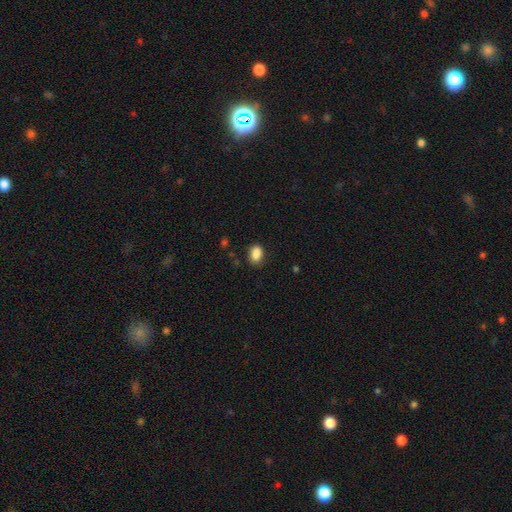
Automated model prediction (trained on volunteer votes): Morphology: type=smooth (87%); roundness=in between (78%); merging=none (78%).